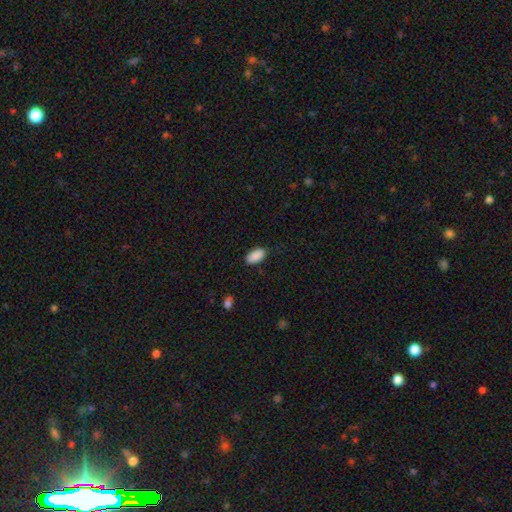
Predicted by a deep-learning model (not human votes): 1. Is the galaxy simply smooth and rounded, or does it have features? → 90% smooth, 7% star or artifact, 3% featured or disk.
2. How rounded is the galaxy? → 94% in between, 3% cigar-shaped, 3% round.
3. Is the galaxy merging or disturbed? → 85% none, 11% minor disturbance, 2% major disturbance, 1% merger.